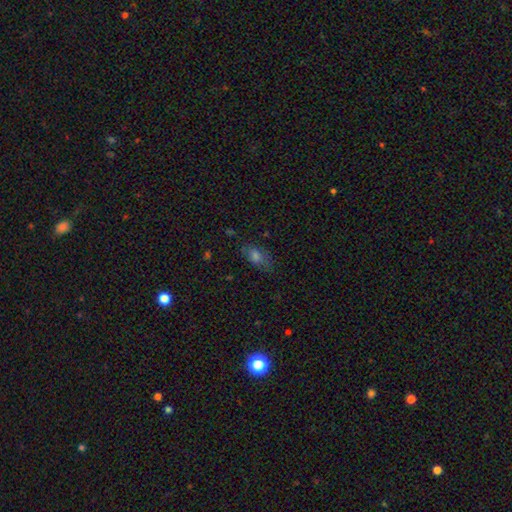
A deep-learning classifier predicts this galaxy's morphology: Q: Smooth or featured?
A: smooth (64%); runner-up: star or artifact (21%)
Q: How rounded?
A: in between (80%); runner-up: round (13%)
Q: Merging?
A: none (68%); runner-up: minor disturbance (21%)